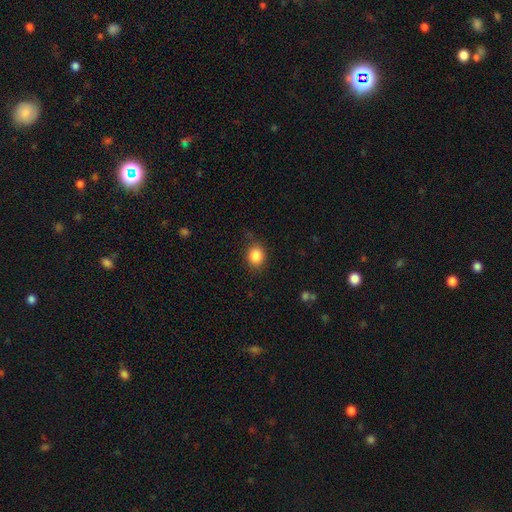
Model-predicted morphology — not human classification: Smooth or featured?
  - smooth: 86% *
  - star or artifact: 9%
  - featured or disk: 5%
How rounded?
  - round: 63% *
  - in between: 36%
  - cigar-shaped: 1%
Merging?
  - none: 77% *
  - minor disturbance: 16%
  - major disturbance: 5%
  - merger: 1%